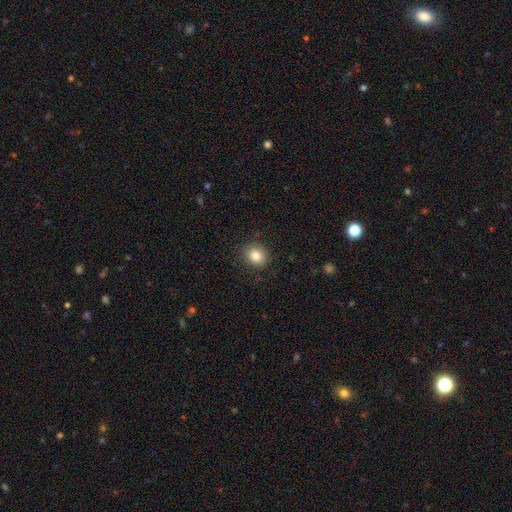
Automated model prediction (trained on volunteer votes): smooth 83%, star or artifact 10%, featured or disk 7%. Down the decision tree: how rounded — round (78%); merging — none (89%).